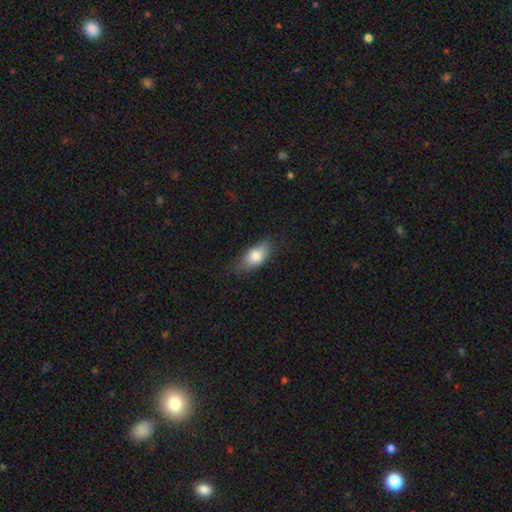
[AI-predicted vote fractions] This is likely a smooth galaxy (79%). How rounded: clearly in between (85%). Merging: likely none (74%).